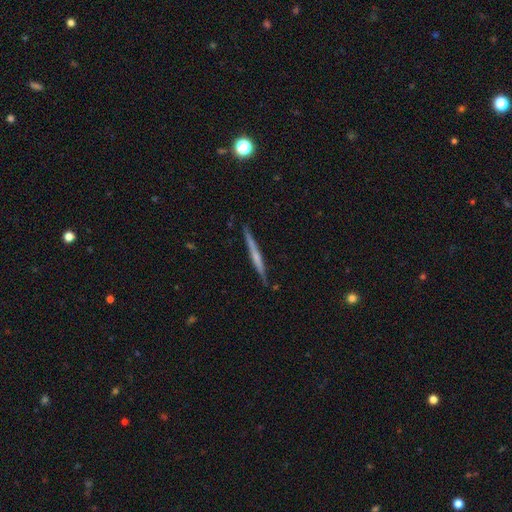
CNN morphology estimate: smooth-or-featured: featured or disk: 58% | smooth: 36% | star or artifact: 6%
  disk-edge-on: yes: 97% | no: 3%
    edge-on-bulge: none: 64% | rounded: 28% | boxy: 9%
  merging: none: 89% | minor disturbance: 8% | major disturbance: 1% | merger: 1%